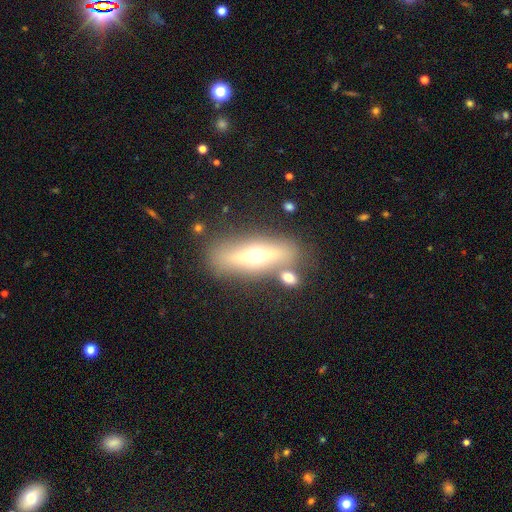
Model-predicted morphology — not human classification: Smooth or featured: featured or disk — 53% (smooth — 39%)
Edge-on disk: yes — 74% (no — 26%)
Merging: none — 74% (minor disturbance — 12%)